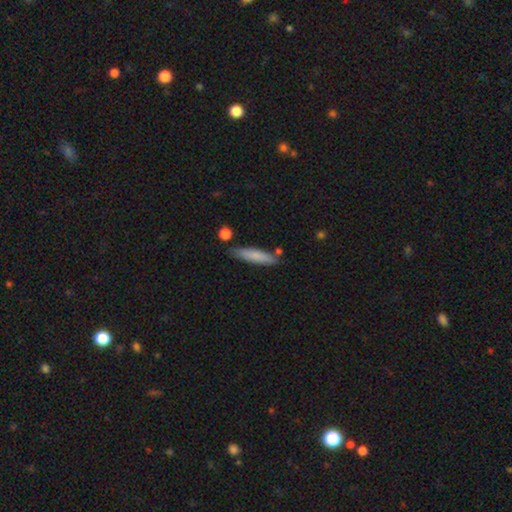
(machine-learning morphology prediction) Smooth or featured: smooth — 79% (featured or disk — 15%)
How rounded: cigar-shaped — 85% (in between — 14%)
Merging: none — 79% (minor disturbance — 14%)